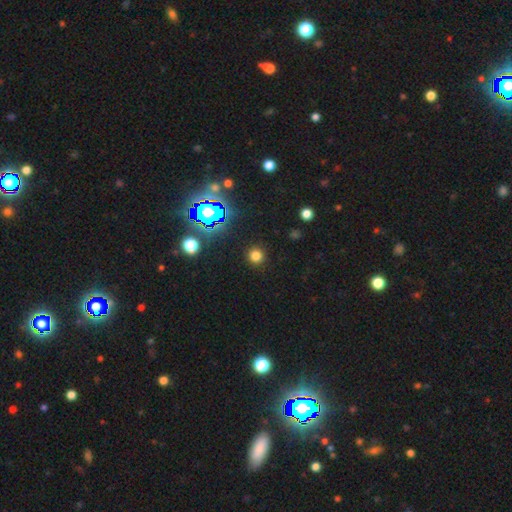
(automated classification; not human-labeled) Smooth or featured: smooth — 72% (star or artifact — 23%)
How rounded: round — 94% (in between — 5%)
Merging: none — 90% (minor disturbance — 6%)